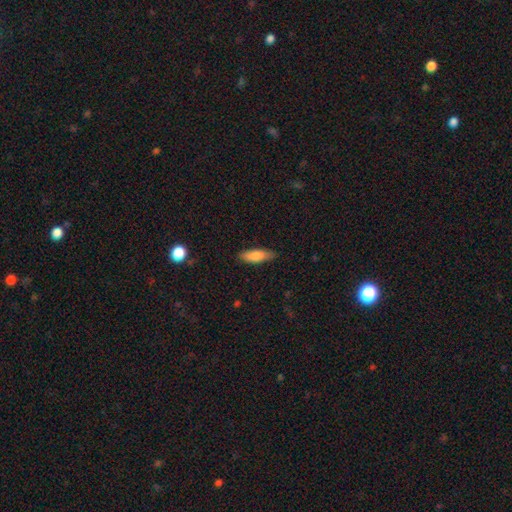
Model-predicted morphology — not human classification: This is clearly a smooth galaxy (81%). How rounded: possibly in between (56%). Merging: clearly none (82%).